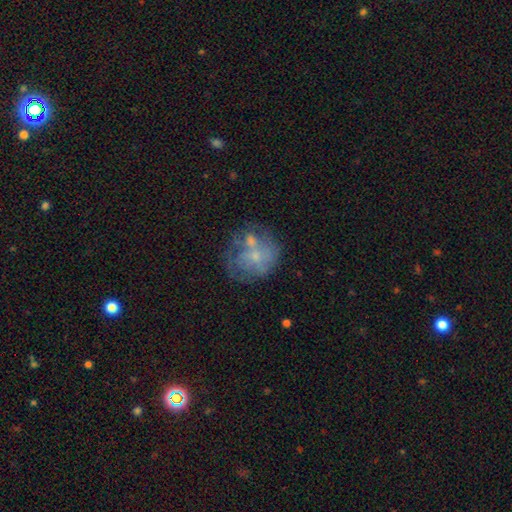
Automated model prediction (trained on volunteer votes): Smooth or featured?
  - featured or disk: 51% *
  - smooth: 38%
  - star or artifact: 11%
Edge-on disk?
  - no: 98% *
  - yes: 2%
Merging?
  - none: 46% *
  - minor disturbance: 20%
  - merger: 17%
  - major disturbance: 17%